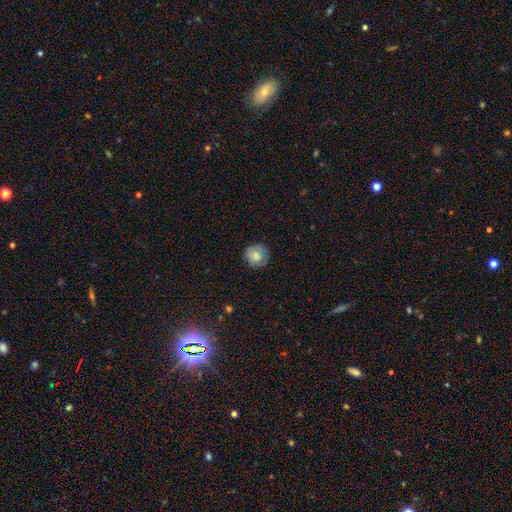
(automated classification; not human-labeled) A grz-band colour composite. It shows a smooth galaxy with no disk features (76%) that is round (88%). Merging: none (78%).